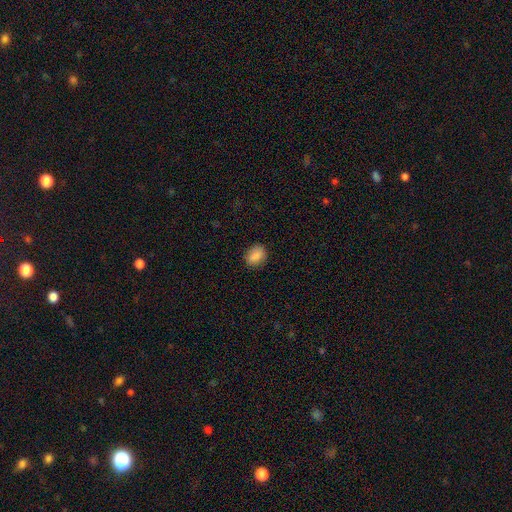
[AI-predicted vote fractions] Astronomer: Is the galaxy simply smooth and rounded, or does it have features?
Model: smooth — 86%.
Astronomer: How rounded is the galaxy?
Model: in between — 65%.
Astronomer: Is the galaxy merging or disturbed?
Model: none — 84%.